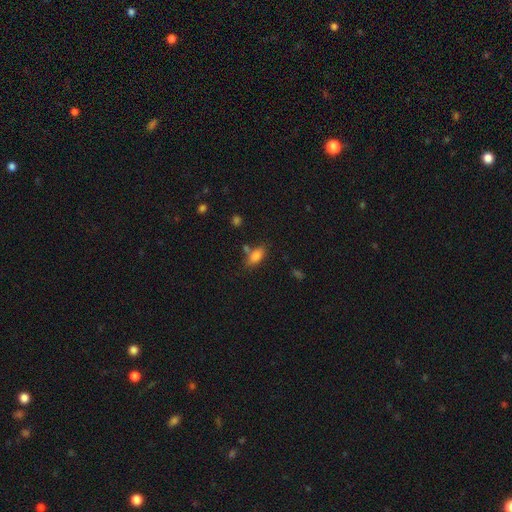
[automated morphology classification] The model was most divided on "merging": none: 62%, minor disturbance: 18%, merger: 13%, major disturbance: 6%. More confident: how rounded — in between (86%); smooth or featured — smooth (82%).